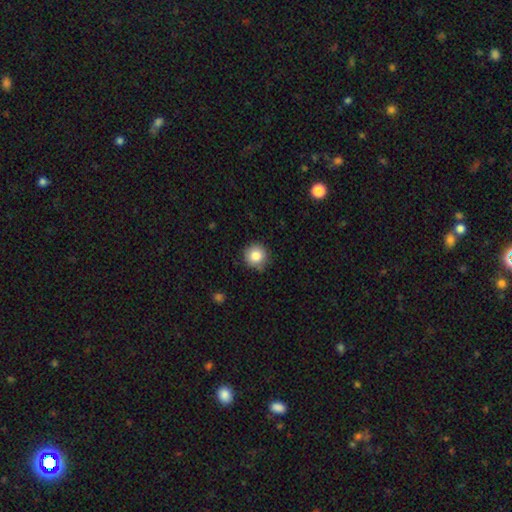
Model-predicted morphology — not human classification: Overall: smooth (84%). How rounded: round (95%). Merging: none (85%).